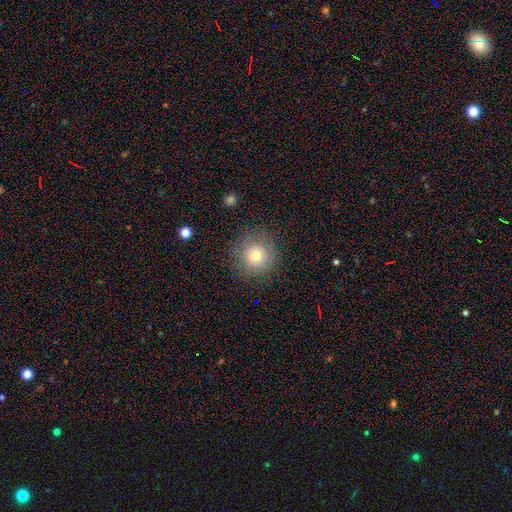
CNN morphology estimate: Smooth or featured? Predicted: smooth (p=0.70). How rounded? Predicted: round (p=0.93). Merging? Predicted: none (p=0.82).